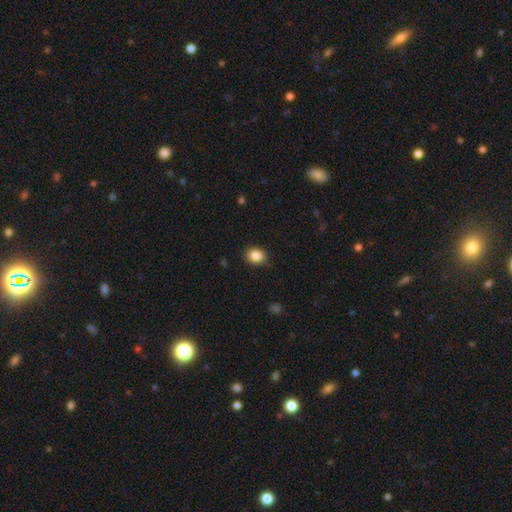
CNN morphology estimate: smooth_or_featured: smooth (p=0.86) [alt: star or artifact p=0.09]
how_rounded: round (p=0.51) [alt: in between p=0.48]
merging: none (p=0.87) [alt: minor disturbance p=0.09]